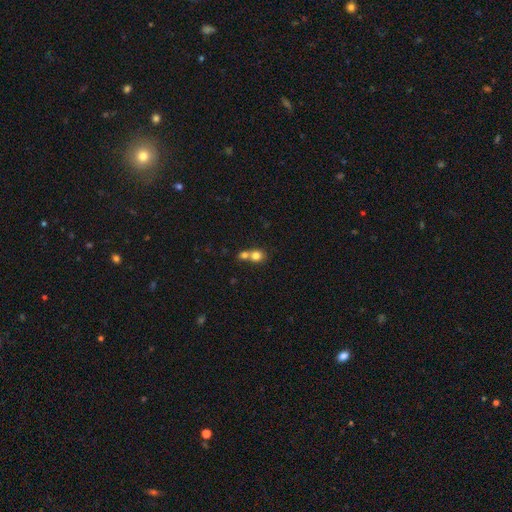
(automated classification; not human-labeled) smooth-or-featured: smooth: 78% | featured or disk: 11% | star or artifact: 10%
  how-rounded: round: 73% | in between: 26% | cigar-shaped: 1%
  merging: merger: 58% | none: 33% | minor disturbance: 6% | major disturbance: 3%